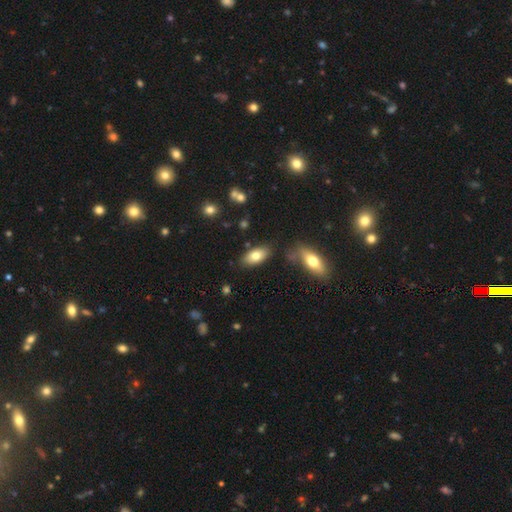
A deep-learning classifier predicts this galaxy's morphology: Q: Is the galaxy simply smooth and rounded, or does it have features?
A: smooth — 76%.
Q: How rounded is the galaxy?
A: in between — 91%.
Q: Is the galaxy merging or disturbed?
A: none — 80%.